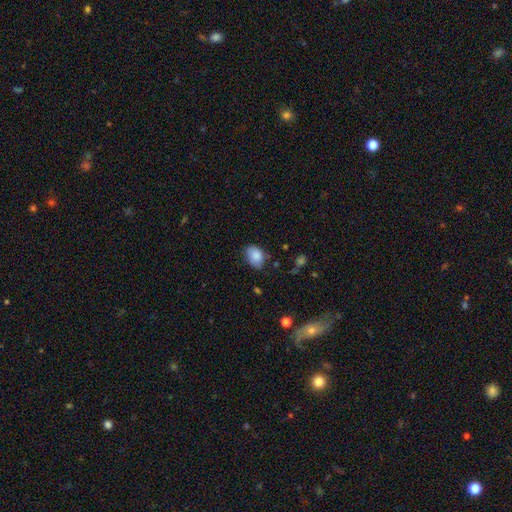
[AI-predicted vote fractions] A smooth galaxy with no disk features (85%) that is in between round and cigar-shaped (81%). Merging: none (67%).